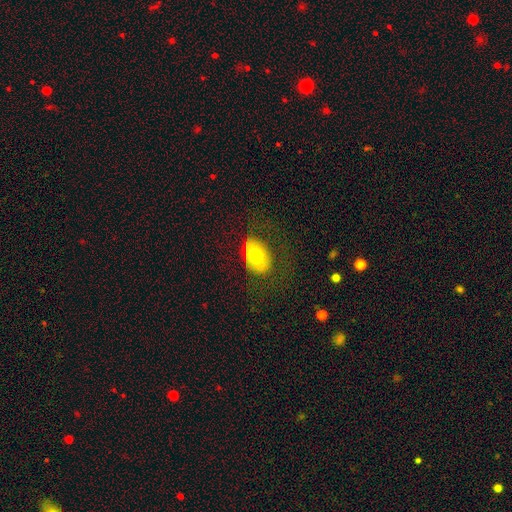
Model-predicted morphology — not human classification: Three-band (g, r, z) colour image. It shows a smooth galaxy with no disk features (67%) that is in between round and cigar-shaped (77%). Merging: none (54%).